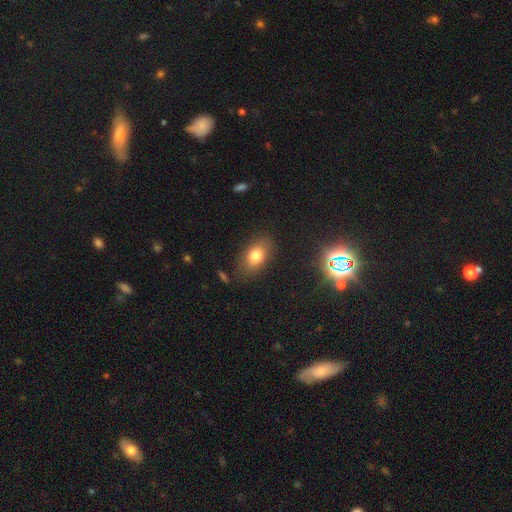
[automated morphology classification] smooth 77%, featured or disk 12%, star or artifact 11%. Down the decision tree: how rounded — in between (82%); merging — none (82%).